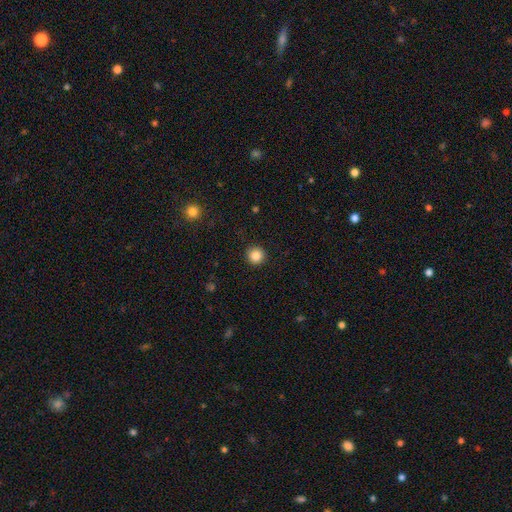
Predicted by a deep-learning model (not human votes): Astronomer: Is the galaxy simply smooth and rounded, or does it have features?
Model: smooth — 86%.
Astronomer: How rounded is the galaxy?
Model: round — 95%.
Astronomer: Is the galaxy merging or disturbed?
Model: none — 91%.